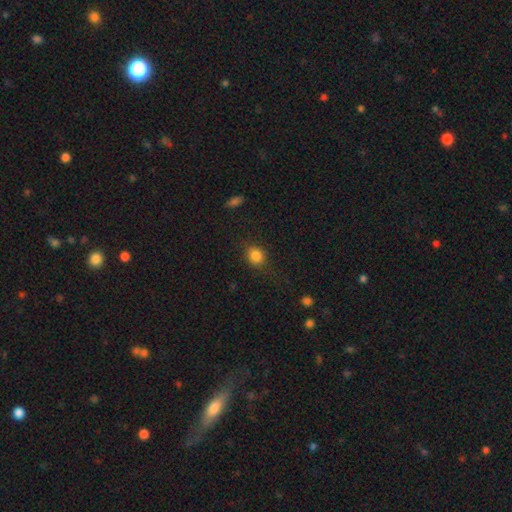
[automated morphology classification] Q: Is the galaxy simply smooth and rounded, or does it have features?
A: smooth — 84%.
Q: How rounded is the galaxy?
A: round — 75%.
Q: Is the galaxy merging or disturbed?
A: none — 82%.